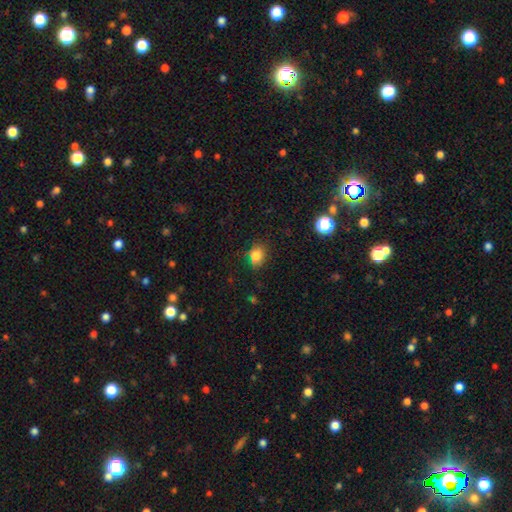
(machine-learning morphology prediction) Smooth or featured? Predicted: smooth (p=0.81). How rounded? Predicted: round (p=0.54). Merging? Predicted: none (p=0.75).